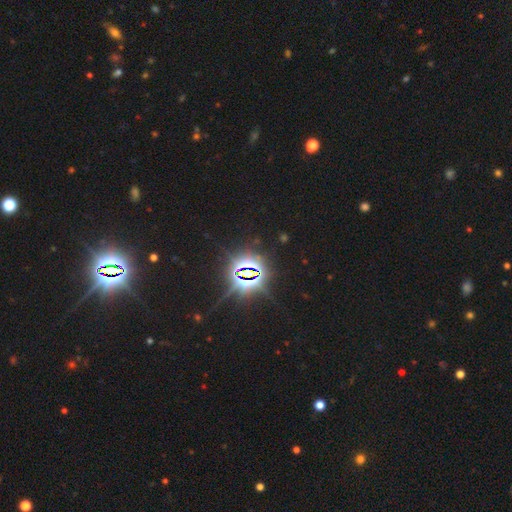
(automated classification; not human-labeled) A star or artifact, not a galaxy (86%).

Vote fractions:
- Smooth or featured? star or artifact: 86% / smooth: 8% / featured or disk: 6%